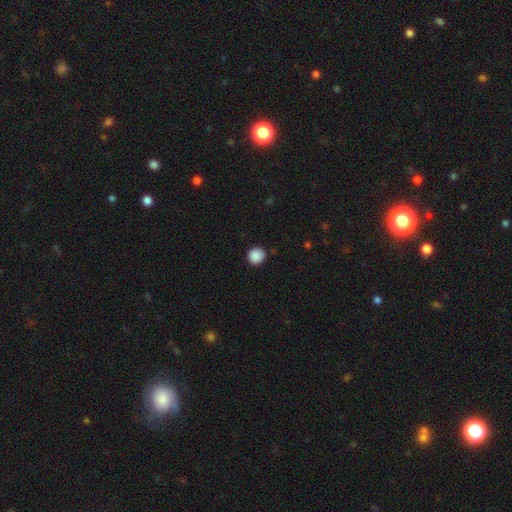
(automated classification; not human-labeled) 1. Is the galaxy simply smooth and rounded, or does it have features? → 88% smooth, 9% star or artifact, 2% featured or disk.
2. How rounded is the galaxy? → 93% round, 6% in between, 1% cigar-shaped.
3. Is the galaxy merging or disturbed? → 91% none, 6% minor disturbance, 2% major disturbance, 1% merger.